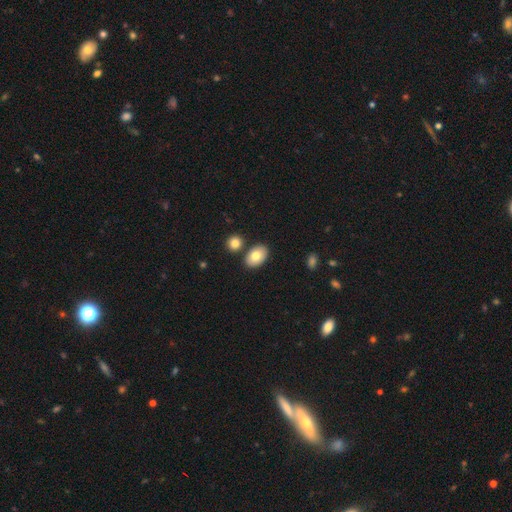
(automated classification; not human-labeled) A smooth galaxy with no disk features (78%) that is in between round and cigar-shaped (89%). Merging: none (79%).